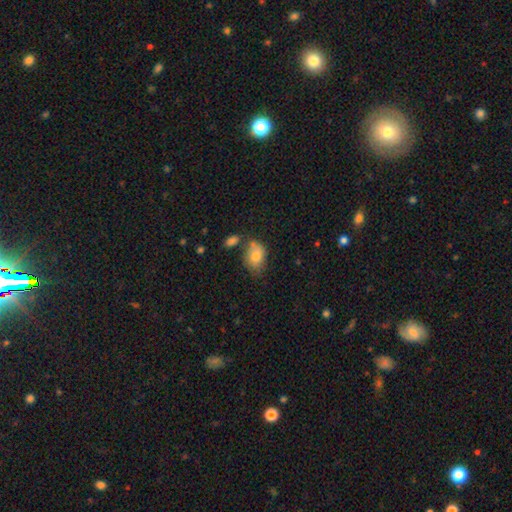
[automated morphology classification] Q: Smooth or featured?
A: smooth (76%); runner-up: featured or disk (17%)
Q: How rounded?
A: in between (79%); runner-up: round (19%)
Q: Merging?
A: none (46%); runner-up: minor disturbance (29%)